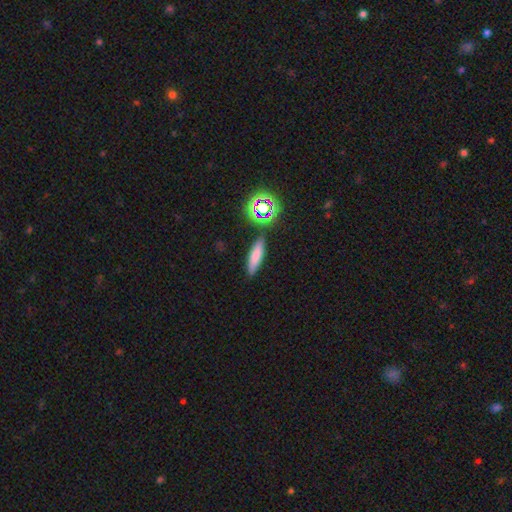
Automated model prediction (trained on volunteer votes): Smooth or featured? Predicted: smooth (p=0.71). How rounded? Predicted: cigar-shaped (p=0.65). Merging? Predicted: none (p=0.85).